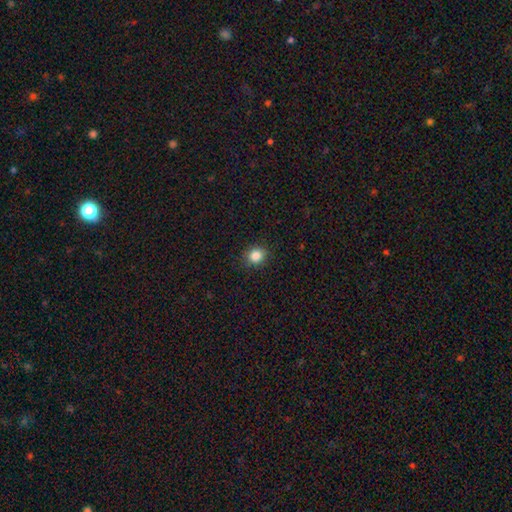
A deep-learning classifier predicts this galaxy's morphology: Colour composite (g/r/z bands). It shows a smooth galaxy with no disk features (86%) that is round (78%). Merging: none (88%).